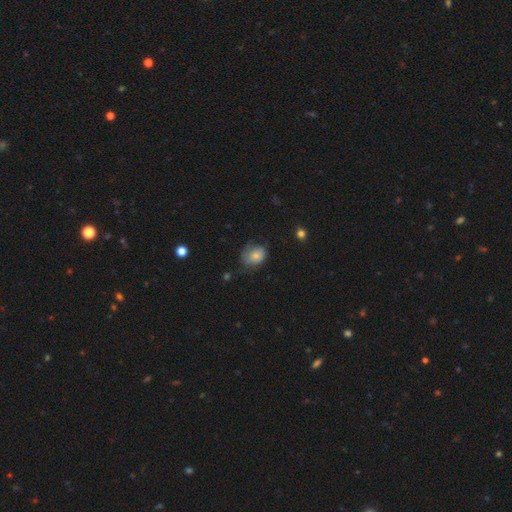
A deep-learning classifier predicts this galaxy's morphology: The model was most divided on "how rounded": in between: 50%, round: 49%, cigar-shaped: 1%. Remaining: smooth or featured — smooth (72%); merging — none (48%).